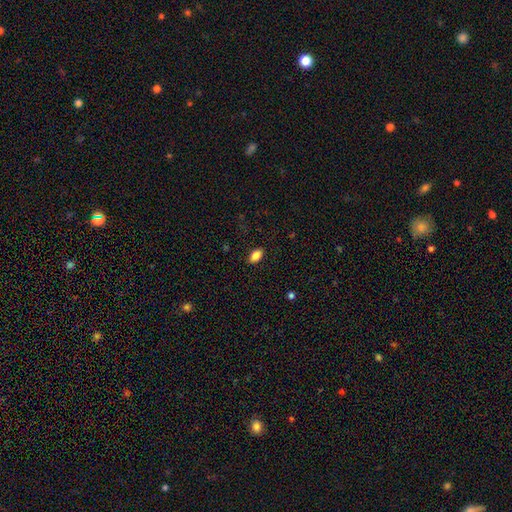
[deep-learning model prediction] smooth 85%, star or artifact 9%, featured or disk 6%. Down the decision tree: how rounded — in between (90%); merging — none (88%).